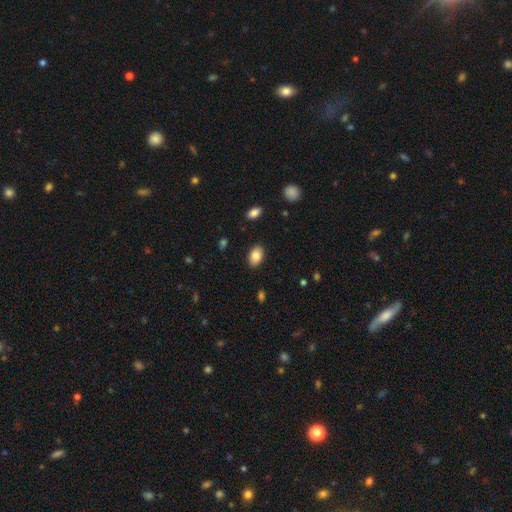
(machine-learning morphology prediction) smooth_or_featured: smooth (p=0.85) [alt: featured or disk p=0.08]
how_rounded: in between (p=0.87) [alt: round p=0.12]
merging: none (p=0.87) [alt: minor disturbance p=0.09]